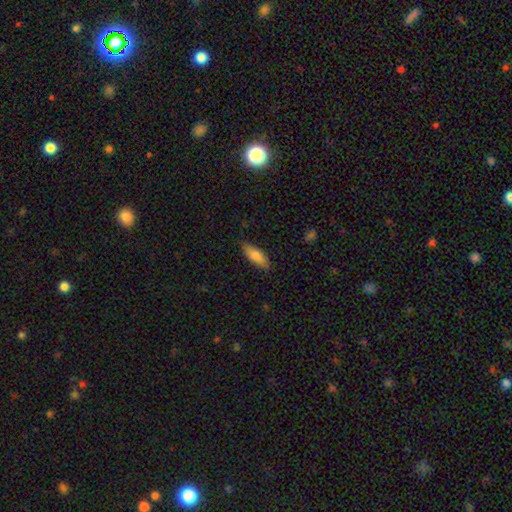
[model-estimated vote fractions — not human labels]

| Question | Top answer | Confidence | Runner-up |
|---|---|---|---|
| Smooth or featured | smooth | 79% | featured or disk (14%) |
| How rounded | in between | 67% | cigar-shaped (31%) |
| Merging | none | 81% | minor disturbance (15%) |